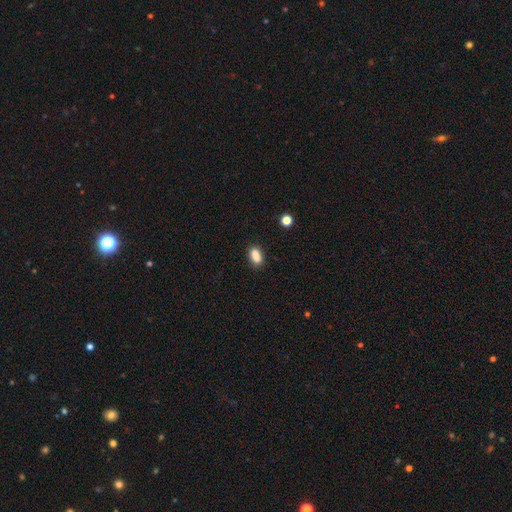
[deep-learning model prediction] Smooth or featured? Predicted: smooth (p=0.87). How rounded? Predicted: in between (p=0.86). Merging? Predicted: none (p=0.82).